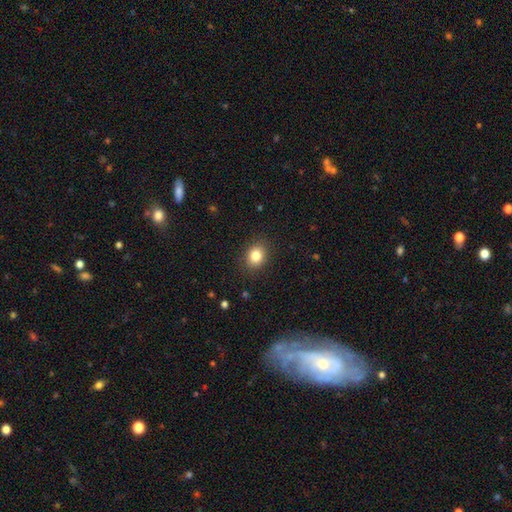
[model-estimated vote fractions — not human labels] A smooth galaxy with no disk features (83%) that is round (55%). Merging: none (88%).